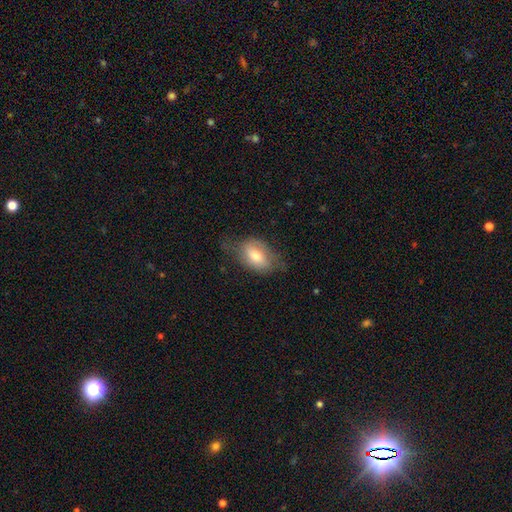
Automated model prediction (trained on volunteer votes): Smooth or featured?
  - smooth: 65% *
  - featured or disk: 28%
  - star or artifact: 7%
How rounded?
  - in between: 88% *
  - round: 10%
  - cigar-shaped: 2%
Merging?
  - none: 54% *
  - minor disturbance: 30%
  - major disturbance: 14%
  - merger: 1%